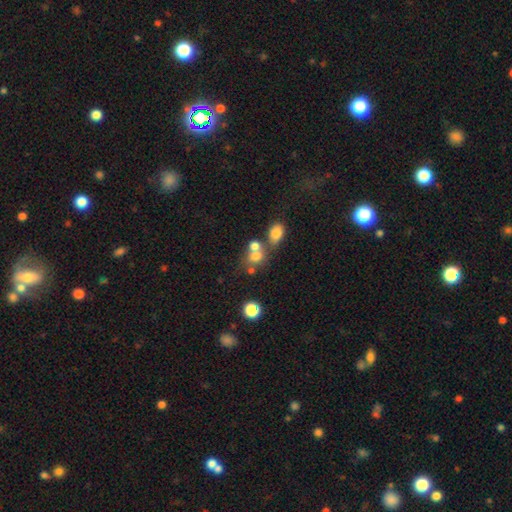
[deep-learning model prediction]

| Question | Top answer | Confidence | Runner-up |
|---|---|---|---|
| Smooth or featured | smooth | 71% | star or artifact (16%) |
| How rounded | round | 65% | in between (33%) |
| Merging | merger | 46% | none (38%) |